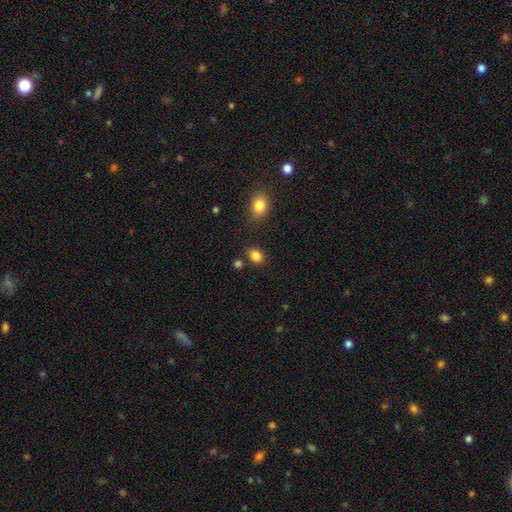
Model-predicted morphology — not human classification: A smooth galaxy with no disk features (85%) that is in between round and cigar-shaped (59%).

Vote fractions:
- Smooth or featured? smooth: 85% / star or artifact: 10% / featured or disk: 4%
- How rounded? in between: 59% / round: 40% / cigar-shaped: 1%
- Merging? none: 80% / minor disturbance: 11% / merger: 6% / major disturbance: 3%